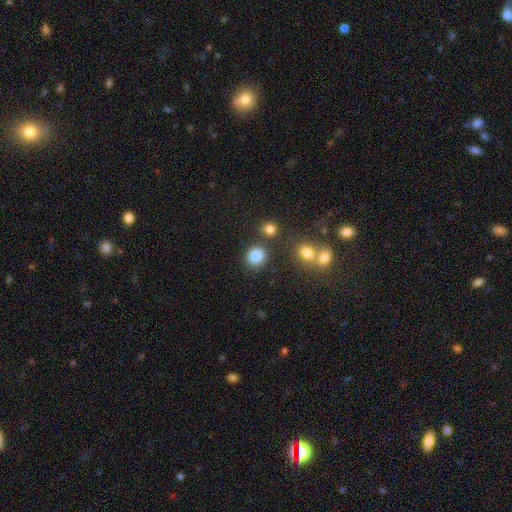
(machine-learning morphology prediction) A smooth galaxy with no disk features (84%) that is round (79%). Merging: none (77%).